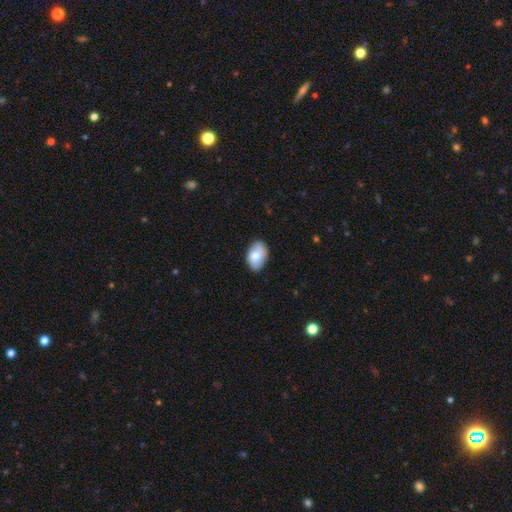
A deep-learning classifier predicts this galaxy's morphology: Smooth or featured: smooth — 75% (featured or disk — 18%)
How rounded: in between — 89% (round — 10%)
Merging: none — 78% (minor disturbance — 18%)